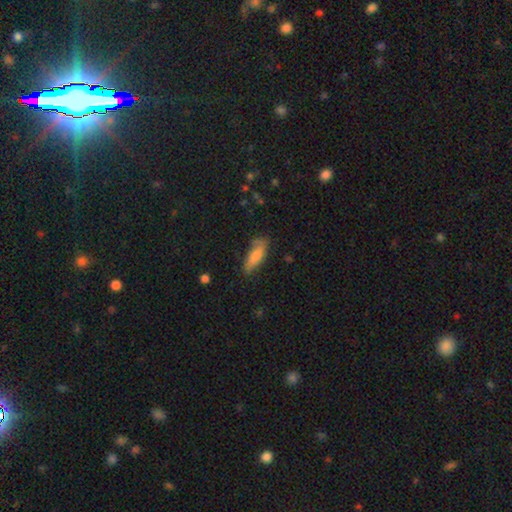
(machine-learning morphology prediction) Smooth or featured? Predicted: smooth (p=0.69). How rounded? Predicted: in between (p=0.57). Merging? Predicted: none (p=0.69).